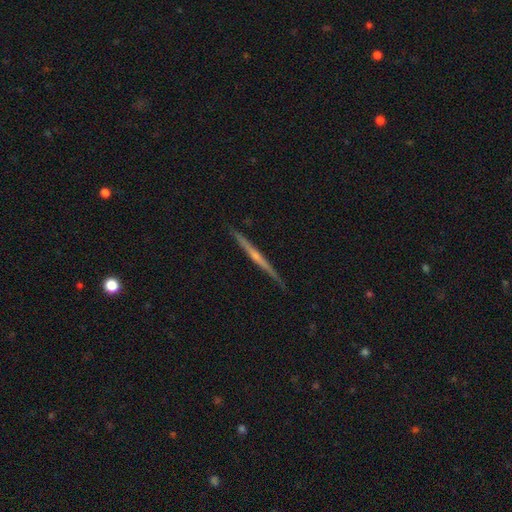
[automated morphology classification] smooth-or-featured: featured or disk: 73% | smooth: 19% | star or artifact: 8%
  disk-edge-on: yes: 97% | no: 3%
    edge-on-bulge: rounded: 58% | none: 34% | boxy: 8%
  merging: none: 90% | minor disturbance: 7% | major disturbance: 2% | merger: 1%